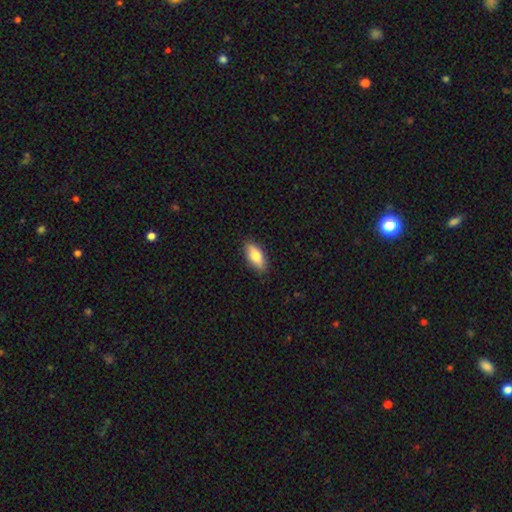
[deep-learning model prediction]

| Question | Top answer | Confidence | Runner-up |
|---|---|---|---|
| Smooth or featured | smooth | 77% | featured or disk (17%) |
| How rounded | in between | 77% | cigar-shaped (21%) |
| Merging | none | 87% | minor disturbance (10%) |